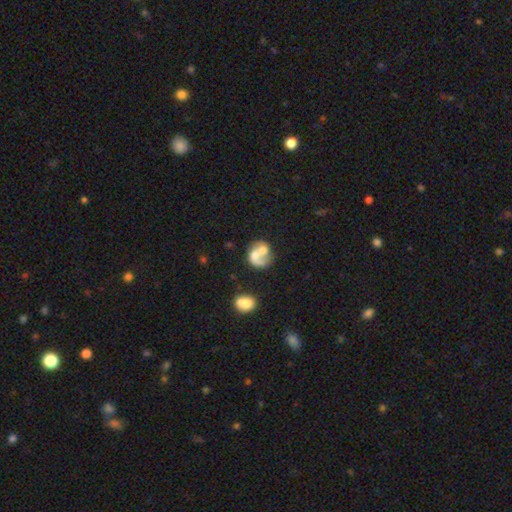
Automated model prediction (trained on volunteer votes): A featured or disk galaxy (49%).

Vote fractions:
- Smooth or featured? featured or disk: 49% / smooth: 43% / star or artifact: 8%
- Merging? merger: 57% / none: 20% / major disturbance: 12% / minor disturbance: 10%